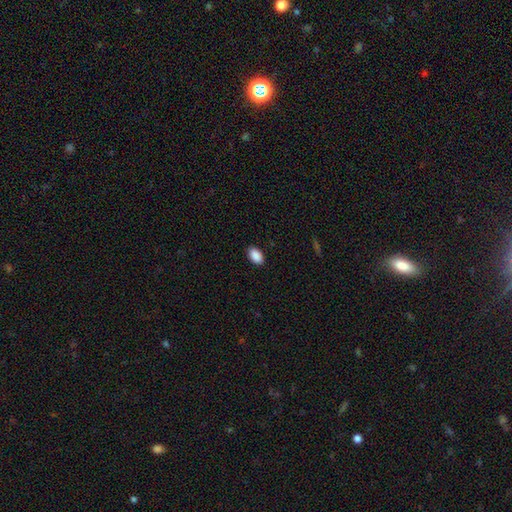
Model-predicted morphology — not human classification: Q: Smooth or featured?
A: smooth (90%); runner-up: star or artifact (7%)
Q: How rounded?
A: in between (91%); runner-up: round (7%)
Q: Merging?
A: none (89%); runner-up: minor disturbance (8%)